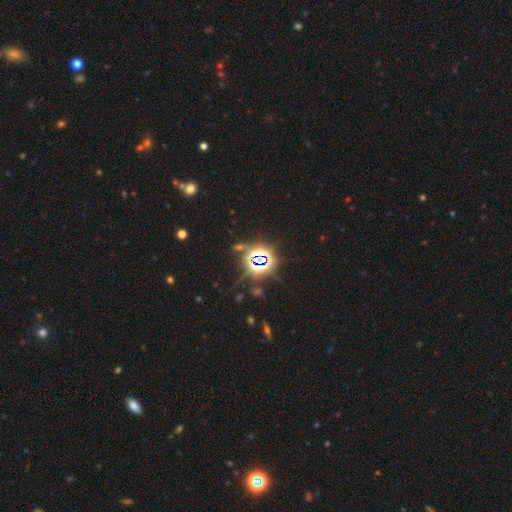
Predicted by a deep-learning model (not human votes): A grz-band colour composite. It shows a star or artifact, not a galaxy (82%).